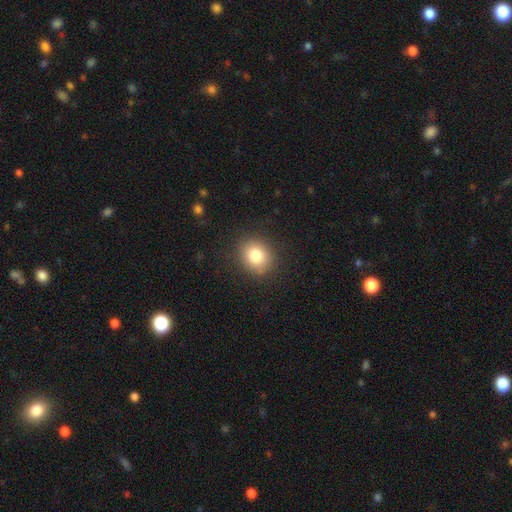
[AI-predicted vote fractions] Smooth or featured? smooth (81%)
How rounded? round (72%)
Merging? none (87%)